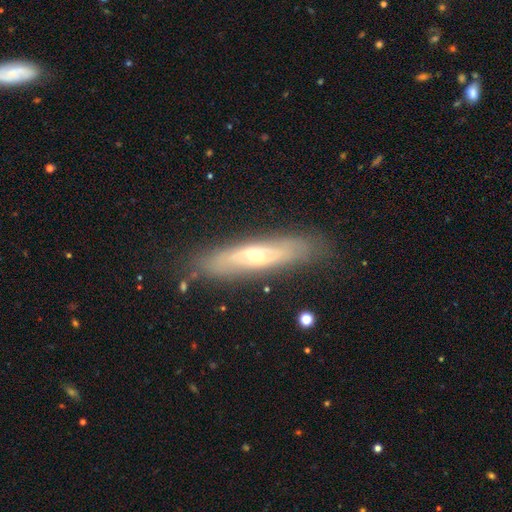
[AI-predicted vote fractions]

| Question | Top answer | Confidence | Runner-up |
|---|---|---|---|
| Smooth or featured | featured or disk | 64% | smooth (29%) |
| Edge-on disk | yes | 55% | no (45%) |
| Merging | none | 83% | minor disturbance (12%) |